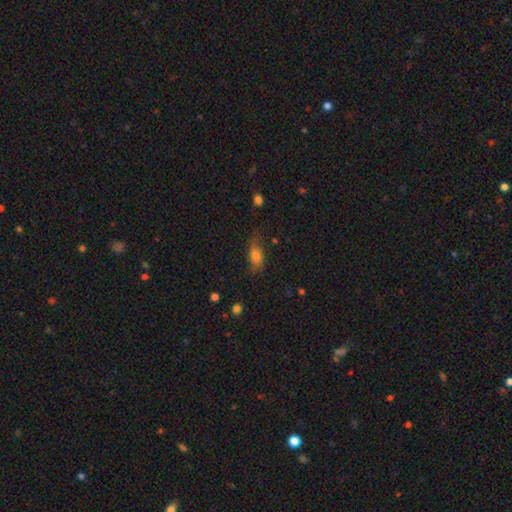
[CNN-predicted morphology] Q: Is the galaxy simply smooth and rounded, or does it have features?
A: smooth — 68%.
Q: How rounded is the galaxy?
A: in between — 76%.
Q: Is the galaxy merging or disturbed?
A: none — 60%.